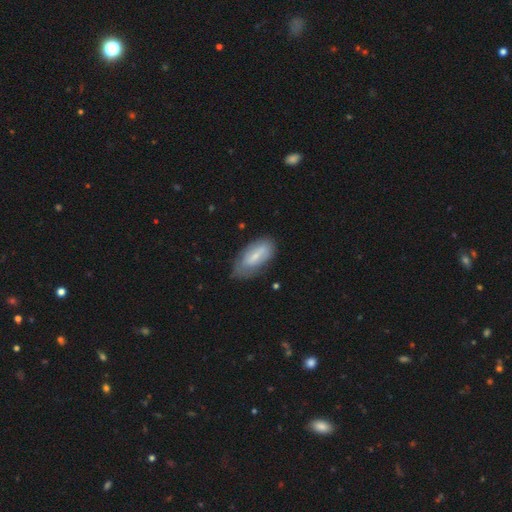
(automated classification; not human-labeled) Q: Smooth or featured?
A: smooth (55%); runner-up: featured or disk (39%)
Q: How rounded?
A: in between (84%); runner-up: cigar-shaped (14%)
Q: Merging?
A: none (62%); runner-up: minor disturbance (29%)